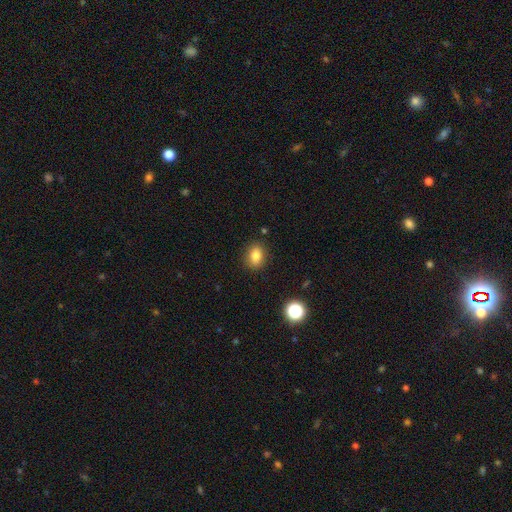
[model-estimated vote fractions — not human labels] The model was most divided on "how rounded": in between: 60%, round: 39%, cigar-shaped: 1%. More confident: merging — none (87%); smooth or featured — smooth (82%).